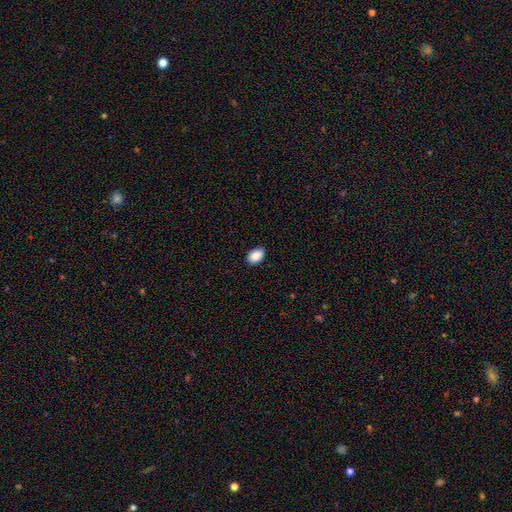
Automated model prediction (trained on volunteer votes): Smooth or featured: smooth — 90% (star or artifact — 7%)
How rounded: in between — 83% (round — 16%)
Merging: none — 89% (minor disturbance — 8%)